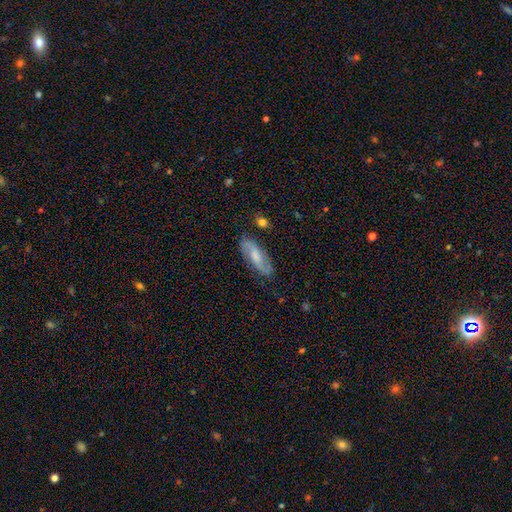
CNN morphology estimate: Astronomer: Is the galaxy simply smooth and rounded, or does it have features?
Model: featured or disk — 64%.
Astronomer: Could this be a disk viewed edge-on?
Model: no — 89%.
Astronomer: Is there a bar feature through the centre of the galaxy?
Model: weak — 45% (runner-up: no, 36%).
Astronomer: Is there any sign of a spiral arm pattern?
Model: yes — 91%.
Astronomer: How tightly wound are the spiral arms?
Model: medium — 44% (runner-up: loose, 37%).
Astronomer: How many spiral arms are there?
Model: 2 — 88%.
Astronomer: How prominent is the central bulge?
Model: moderate — 42% (runner-up: small, 27%).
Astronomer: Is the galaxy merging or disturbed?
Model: none — 81%.